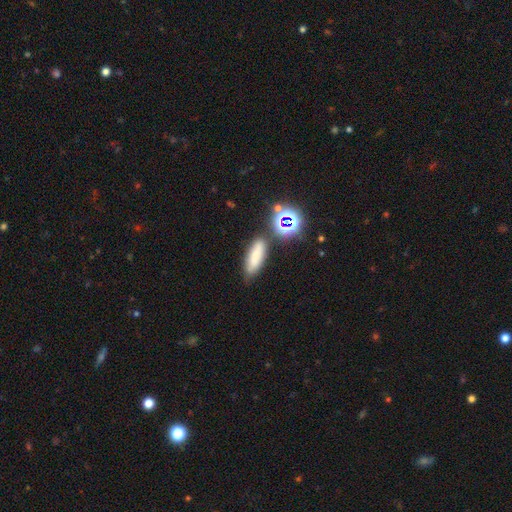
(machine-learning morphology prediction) Q: Smooth or featured?
A: smooth (73%); runner-up: star or artifact (17%)
Q: How rounded?
A: in between (53%); runner-up: cigar-shaped (40%)
Q: Merging?
A: none (70%); runner-up: minor disturbance (16%)